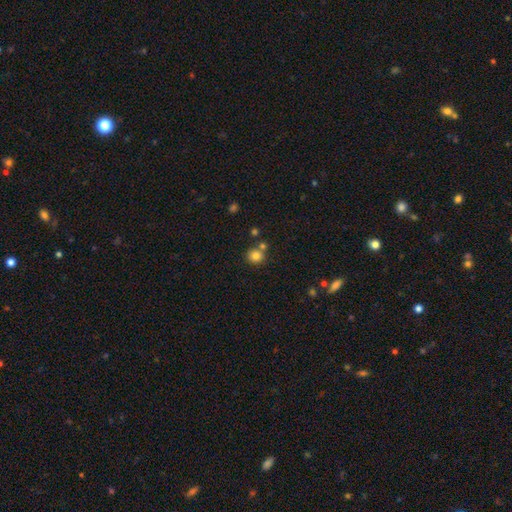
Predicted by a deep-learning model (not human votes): This appears to be a smooth galaxy with no disk features (81%) that is round (88%). Merging: none (68%).